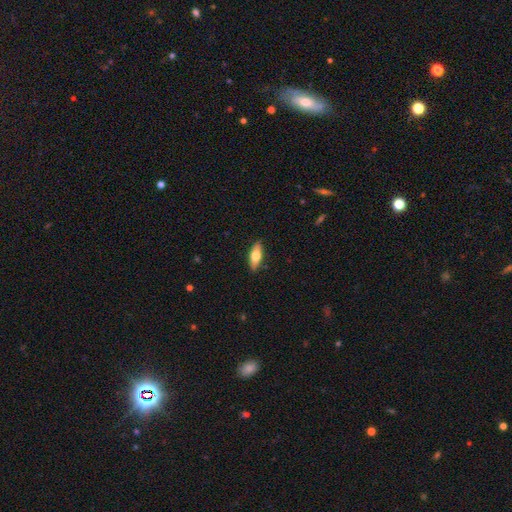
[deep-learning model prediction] smooth-or-featured: smooth: 65% | featured or disk: 29% | star or artifact: 6%
  how-rounded: in between: 66% | cigar-shaped: 31% | round: 3%
  merging: none: 88% | minor disturbance: 9% | major disturbance: 2% | merger: 1%